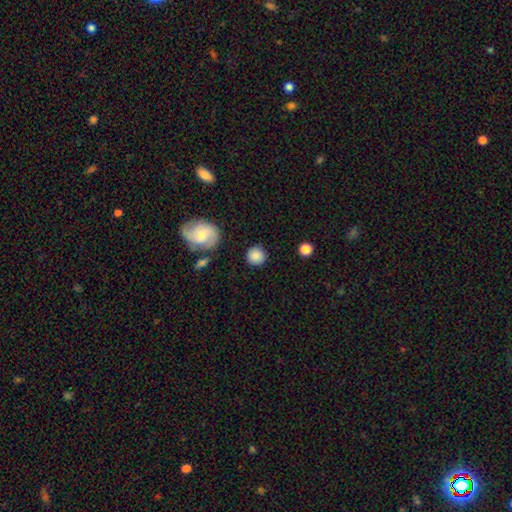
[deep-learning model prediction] This is clearly a smooth galaxy (83%). How rounded: clearly round (92%). Merging: clearly none (86%).